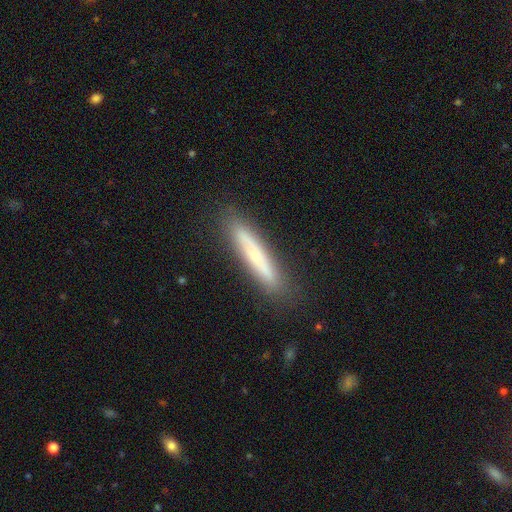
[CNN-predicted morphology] Q: Smooth or featured?
A: smooth (58%); runner-up: featured or disk (35%)
Q: How rounded?
A: cigar-shaped (93%); runner-up: in between (6%)
Q: Merging?
A: none (87%); runner-up: minor disturbance (9%)